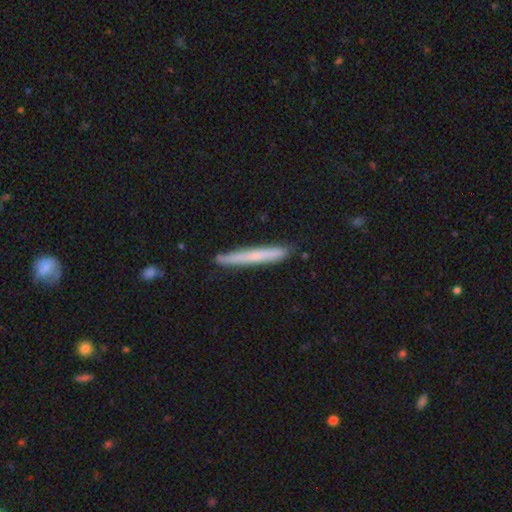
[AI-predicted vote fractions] This appears to be a smooth galaxy with no disk features (66%) that is cigar-shaped (97%). Merging: none (89%).